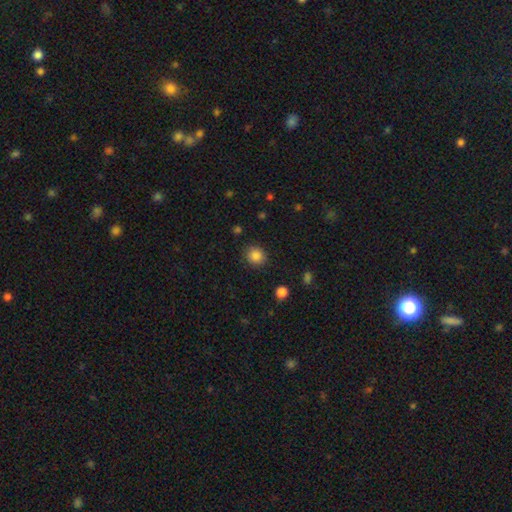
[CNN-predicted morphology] smooth 86%, star or artifact 10%, featured or disk 4%. Down the decision tree: how rounded — round (79%); merging — none (87%).